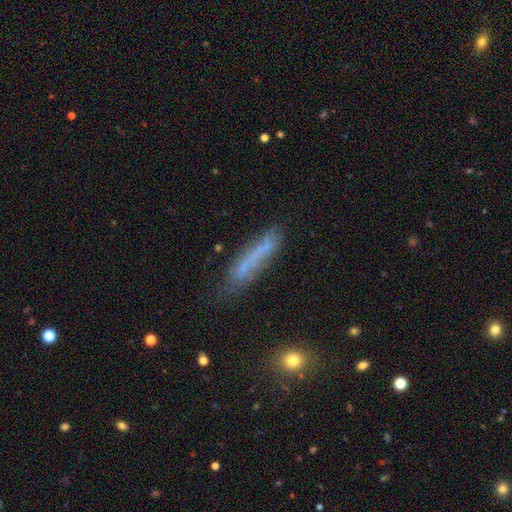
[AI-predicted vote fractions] The model was most divided on "smooth or featured": smooth: 53%, featured or disk: 35%, star or artifact: 11%. More confident: how rounded — cigar-shaped (87%); merging — none (63%).